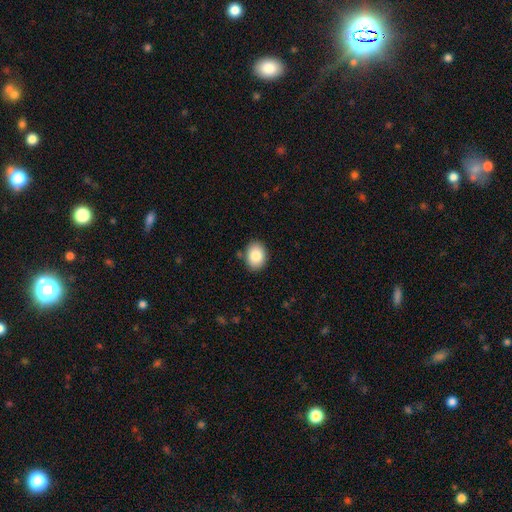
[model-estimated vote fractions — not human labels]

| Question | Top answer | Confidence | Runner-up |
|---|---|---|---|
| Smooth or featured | smooth | 85% | star or artifact (8%) |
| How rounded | in between | 63% | round (36%) |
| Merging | none | 84% | minor disturbance (11%) |